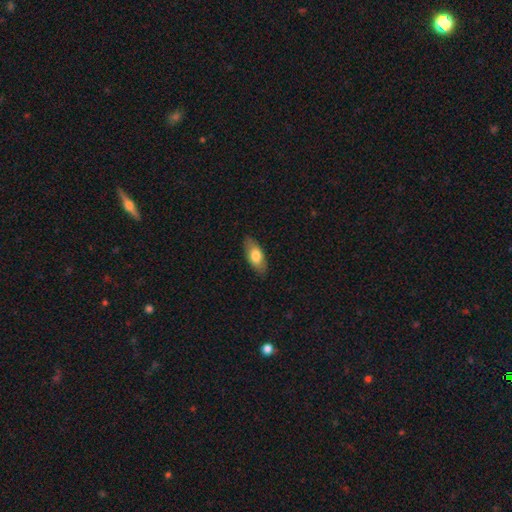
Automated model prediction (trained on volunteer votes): smooth_or_featured: smooth (p=0.73) [alt: featured or disk p=0.21]
how_rounded: in between (p=0.86) [alt: cigar-shaped p=0.11]
merging: none (p=0.85) [alt: minor disturbance p=0.11]